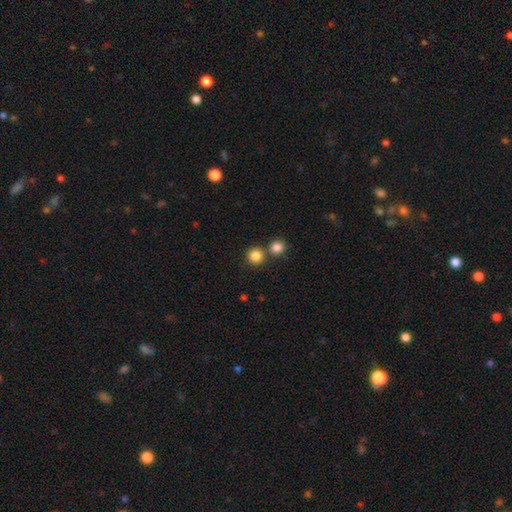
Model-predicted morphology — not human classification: This is clearly a smooth galaxy (84%). How rounded: clearly round (92%). Merging: likely none (70%).